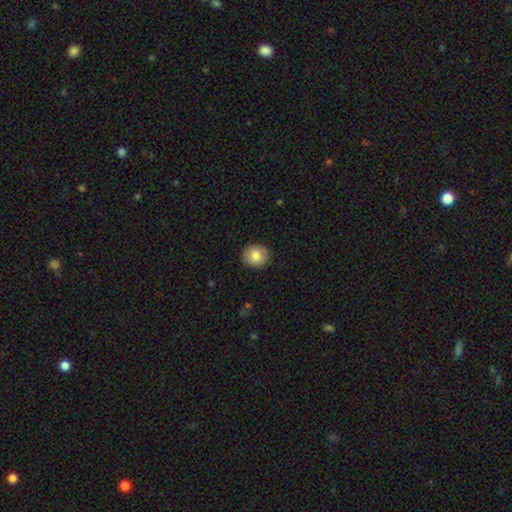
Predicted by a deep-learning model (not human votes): This appears to be a smooth galaxy with no disk features (84%) that is round (87%). Merging: none (90%).